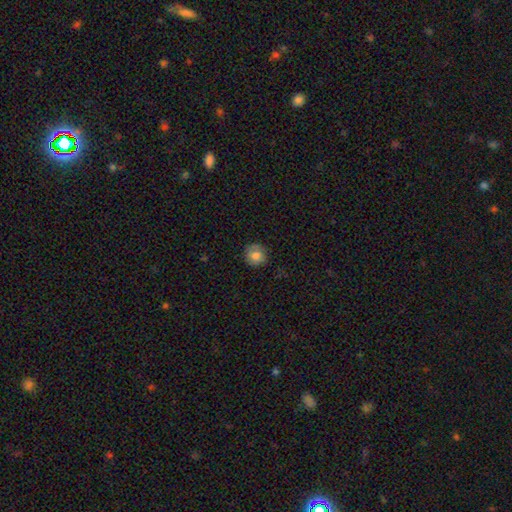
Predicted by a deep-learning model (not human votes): This is likely a smooth galaxy (73%). How rounded: clearly round (87%). Merging: likely none (76%).